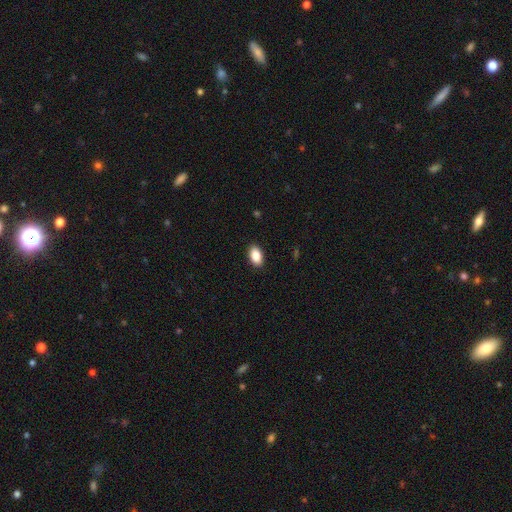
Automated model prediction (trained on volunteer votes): Overall: smooth (88%). How rounded: in between (94%). Merging: none (90%).